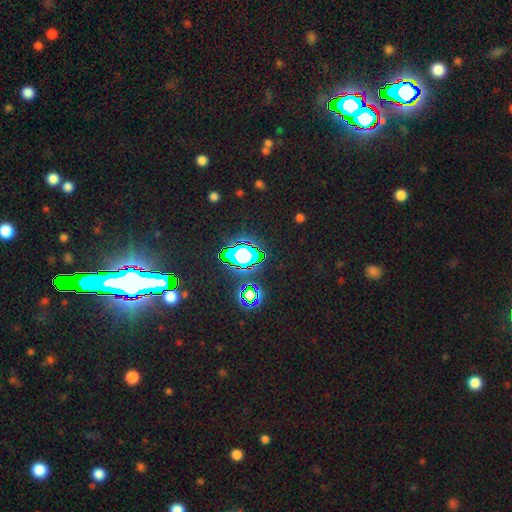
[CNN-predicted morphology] Overall: star or artifact (82%).